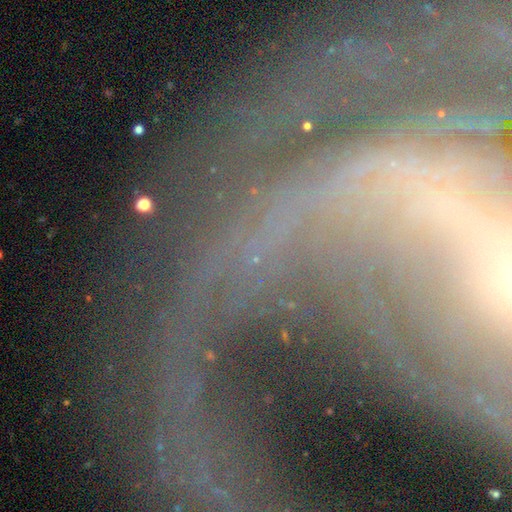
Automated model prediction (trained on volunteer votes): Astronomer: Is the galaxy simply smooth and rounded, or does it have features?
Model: featured or disk — 60%.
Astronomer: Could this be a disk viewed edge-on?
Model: no — 85%.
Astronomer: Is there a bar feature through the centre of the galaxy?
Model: strong — 40% (runner-up: no, 33%).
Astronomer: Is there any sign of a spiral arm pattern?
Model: yes — 81%.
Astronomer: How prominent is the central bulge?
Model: small — 44% (runner-up: moderate, 32%).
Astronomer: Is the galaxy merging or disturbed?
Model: none — 64%.